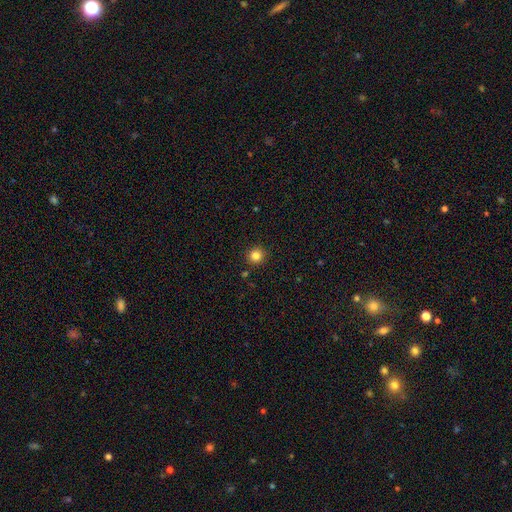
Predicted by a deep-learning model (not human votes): A smooth galaxy with no disk features (83%) that is round (94%).

Vote fractions:
- Smooth or featured? smooth: 83% / star or artifact: 12% / featured or disk: 5%
- How rounded? round: 94% / in between: 5% / cigar-shaped: 1%
- Merging? none: 91% / minor disturbance: 5% / major disturbance: 2% / merger: 2%